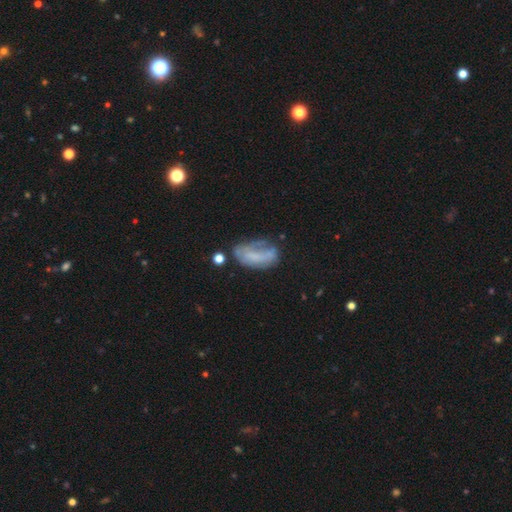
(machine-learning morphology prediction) Smooth or featured? featured or disk (45%)
Merging? none (36%)